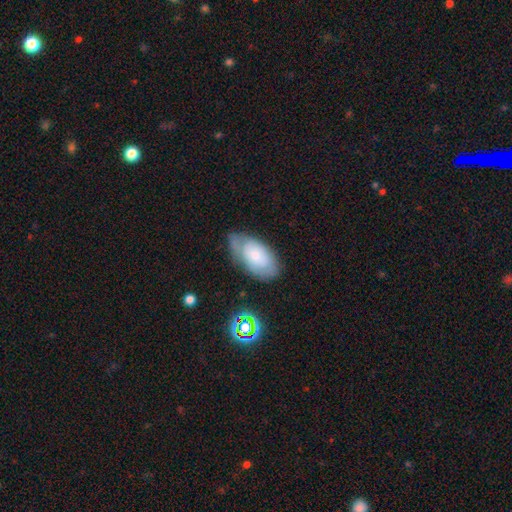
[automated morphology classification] A smooth galaxy with no disk features (58%) that is in between round and cigar-shaped (94%).

Vote fractions:
- Smooth or featured? smooth: 58% / featured or disk: 34% / star or artifact: 8%
- How rounded? in between: 94% / round: 4% / cigar-shaped: 3%
- Merging? none: 60% / minor disturbance: 28% / major disturbance: 9% / merger: 3%